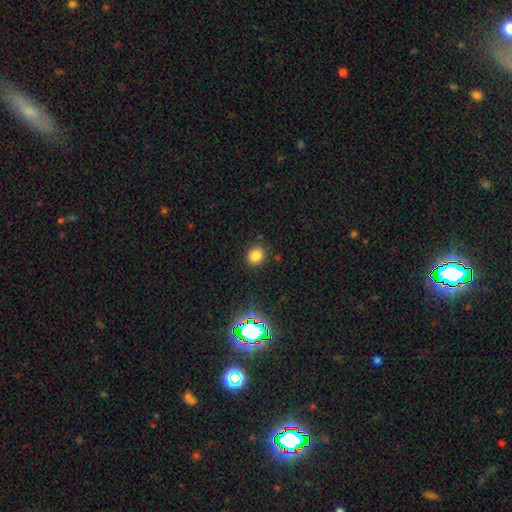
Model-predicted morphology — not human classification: This appears to be a smooth galaxy with no disk features (80%) that is round (57%). Merging: none (87%).